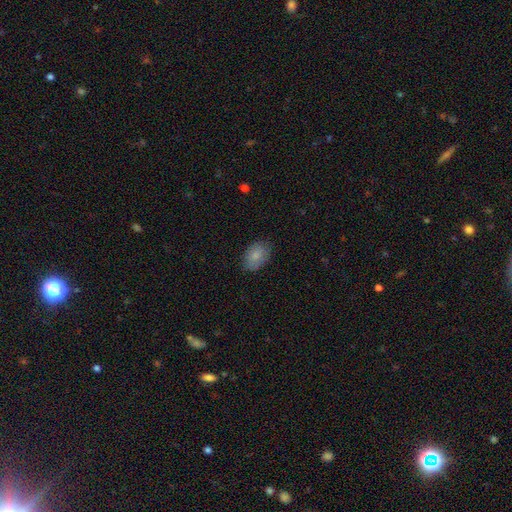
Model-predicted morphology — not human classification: The model was most divided on "merging": none: 80%, minor disturbance: 16%, major disturbance: 3%, merger: 1%. More confident: how rounded — in between (86%); smooth or featured — smooth (82%).